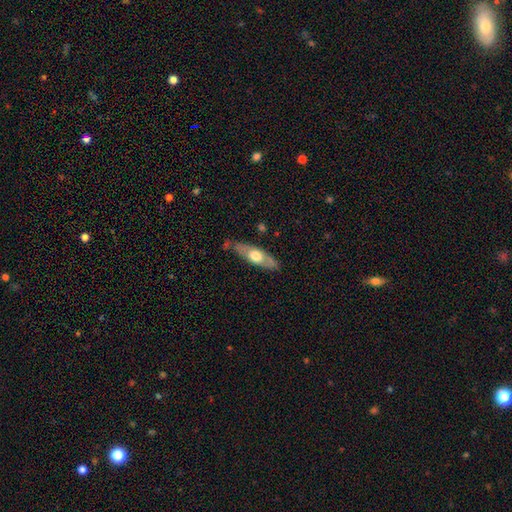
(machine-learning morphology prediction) Smooth or featured? Predicted: featured or disk (p=0.49). Merging? Predicted: none (p=0.75).